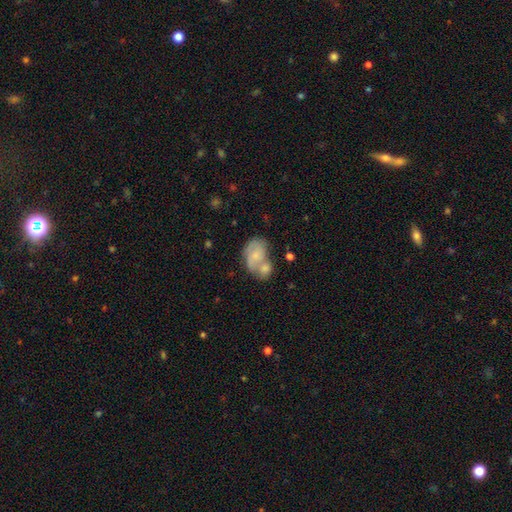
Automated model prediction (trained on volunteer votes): Smooth or featured? Predicted: smooth (p=0.53). How rounded? Predicted: in between (p=0.77). Merging? Predicted: merger (p=0.56).